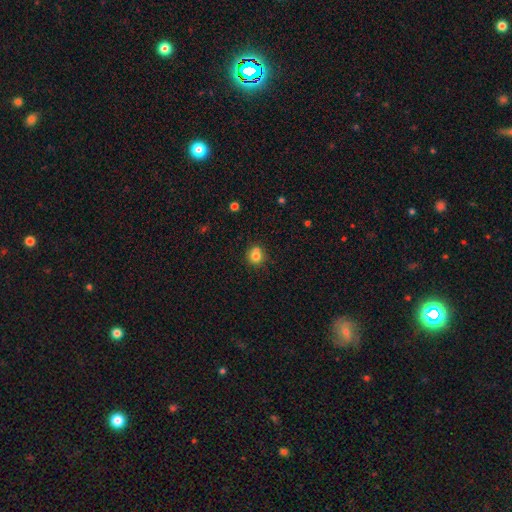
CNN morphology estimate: type=smooth (78%); roundness=round (85%); merging=none (62%).